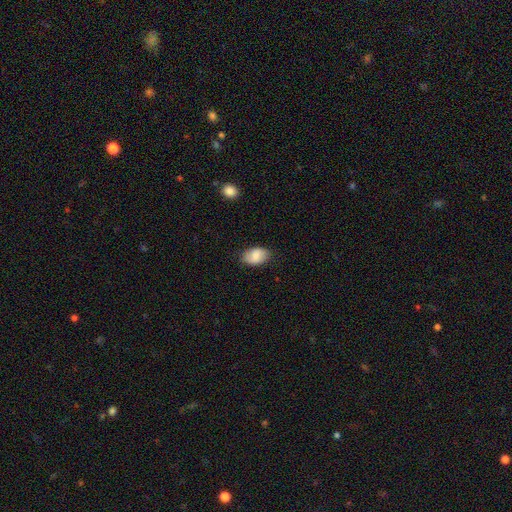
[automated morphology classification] A smooth galaxy with no disk features (76%) that is in between round and cigar-shaped (88%). Merging: none (80%).